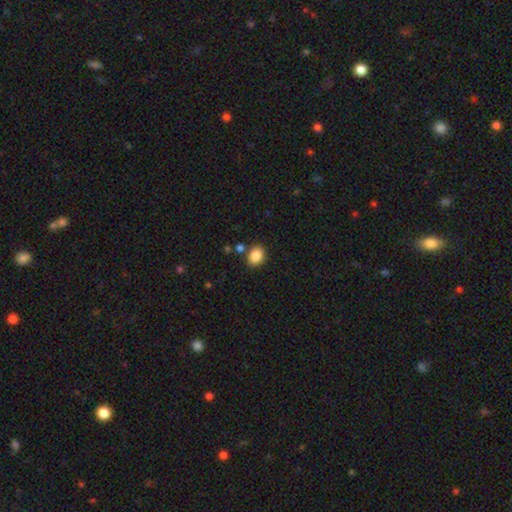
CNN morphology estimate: Q: Smooth or featured?
A: smooth (87%); runner-up: star or artifact (9%)
Q: How rounded?
A: in between (58%); runner-up: round (41%)
Q: Merging?
A: none (81%); runner-up: minor disturbance (10%)